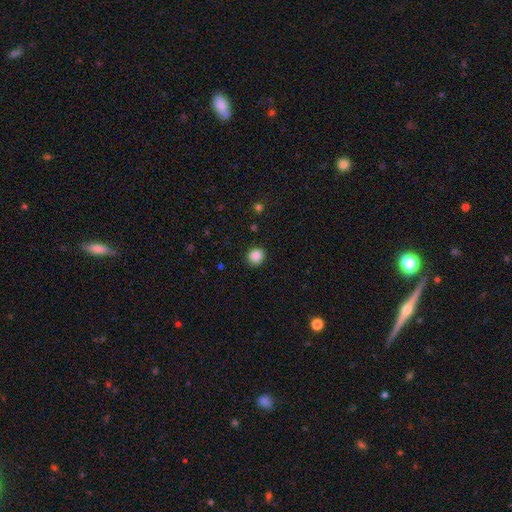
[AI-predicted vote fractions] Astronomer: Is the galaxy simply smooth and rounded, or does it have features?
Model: smooth — 87%.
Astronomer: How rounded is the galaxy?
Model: round — 81%.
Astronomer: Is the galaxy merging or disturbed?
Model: none — 86%.